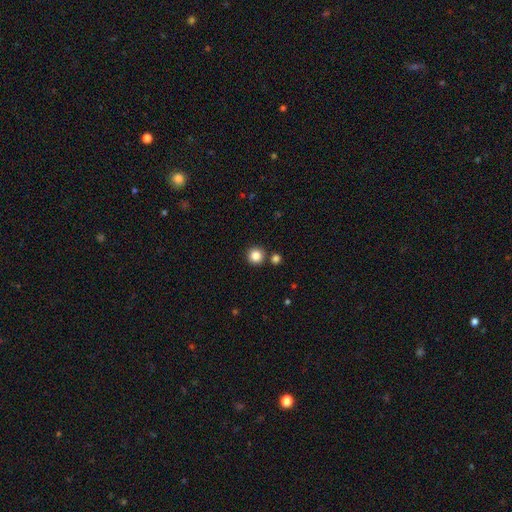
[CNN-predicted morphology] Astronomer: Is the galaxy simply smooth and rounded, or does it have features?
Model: smooth — 85%.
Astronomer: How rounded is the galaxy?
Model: round — 95%.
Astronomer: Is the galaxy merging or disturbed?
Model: none — 85%.